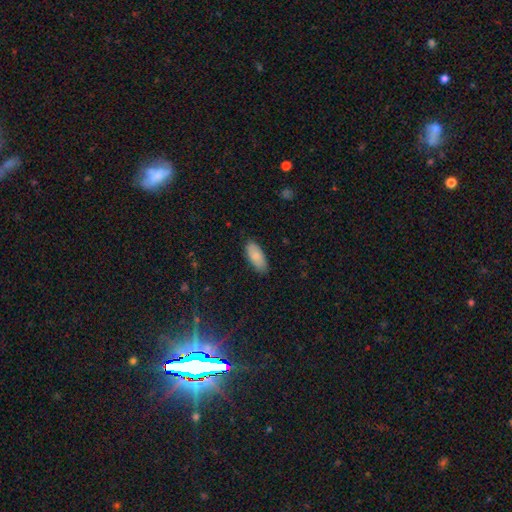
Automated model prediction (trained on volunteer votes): Overall: smooth (86%). How rounded: in between (86%). Merging: none (85%).